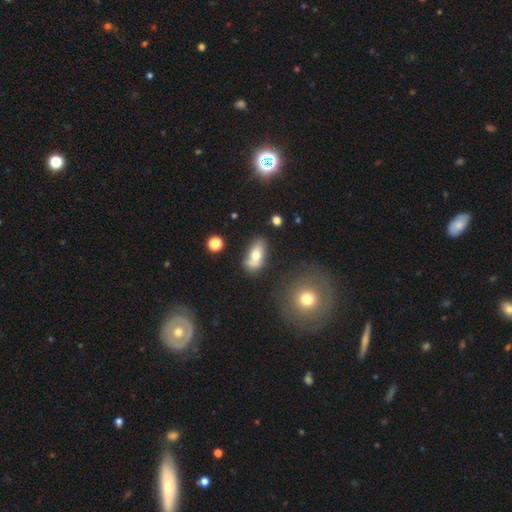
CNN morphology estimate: type=smooth (65%); roundness=in between (87%); merging=none (47%).